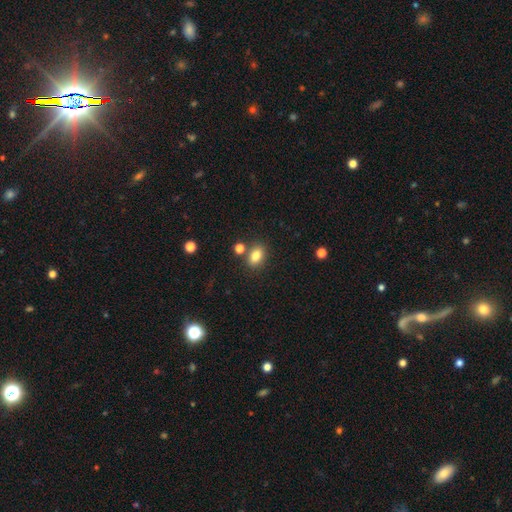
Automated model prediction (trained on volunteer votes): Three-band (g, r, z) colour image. It shows a smooth galaxy with no disk features (81%) that is in between round and cigar-shaped (75%). Merging: none (75%).